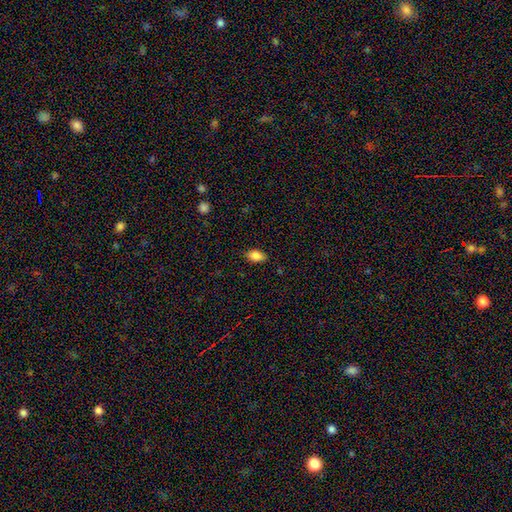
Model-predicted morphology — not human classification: This is clearly a smooth galaxy (86%). How rounded: clearly in between (90%). Merging: clearly none (85%).